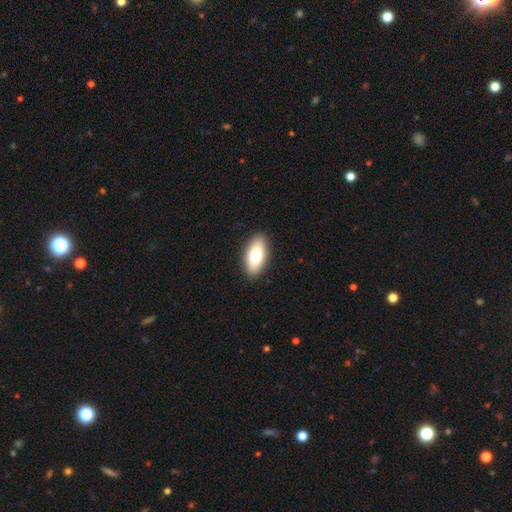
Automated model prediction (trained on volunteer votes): smooth_or_featured: smooth (p=0.77) [alt: featured or disk p=0.16]
how_rounded: in between (p=0.90) [alt: cigar-shaped p=0.08]
merging: none (p=0.90) [alt: minor disturbance p=0.07]